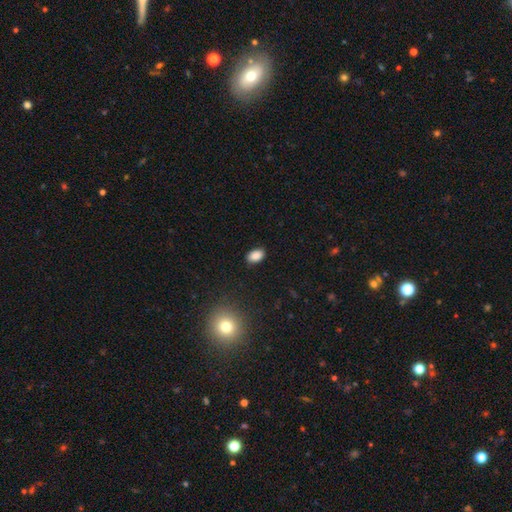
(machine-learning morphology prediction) Smooth or featured: smooth — 87% (star or artifact — 9%)
How rounded: in between — 89% (round — 10%)
Merging: none — 87% (minor disturbance — 10%)